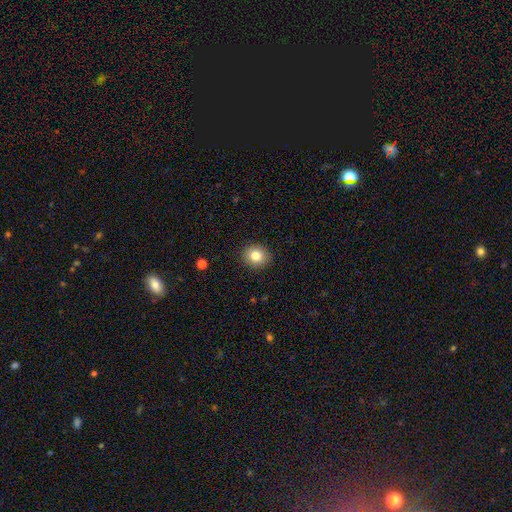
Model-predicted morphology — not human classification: Smooth or featured? smooth (82%)
How rounded? round (77%)
Merging? none (90%)